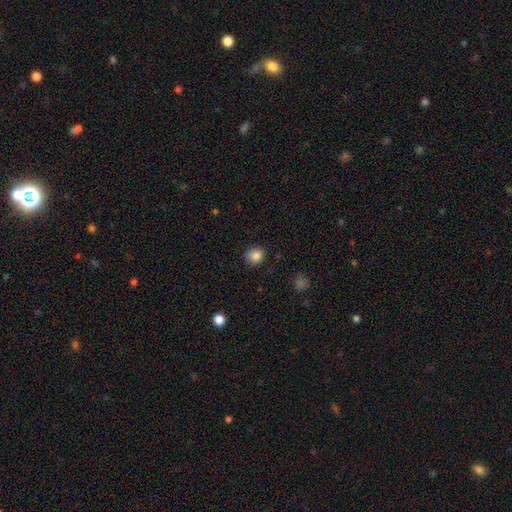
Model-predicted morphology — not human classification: type=smooth (86%); roundness=round (69%); merging=none (84%).